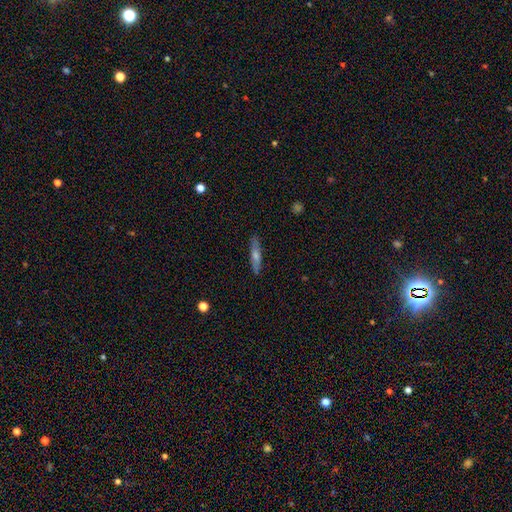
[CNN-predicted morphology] This is possibly a featured or disk galaxy (50%). It is clearly viewed edge-on (91%). Merging: clearly none (89%).